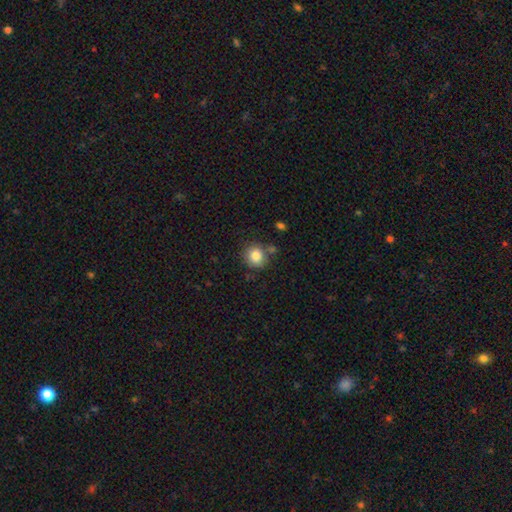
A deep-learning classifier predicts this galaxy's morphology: type=smooth (83%); roundness=round (89%); merging=none (78%).